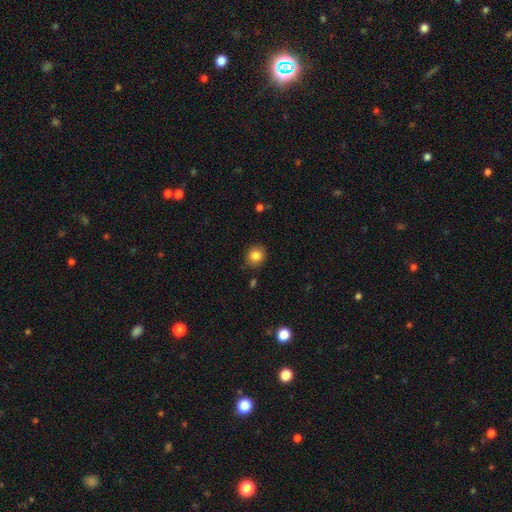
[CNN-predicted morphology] smooth-or-featured: smooth: 85% | star or artifact: 10% | featured or disk: 6%
  how-rounded: round: 77% | in between: 22% | cigar-shaped: 1%
  merging: none: 84% | minor disturbance: 12% | major disturbance: 2% | merger: 2%